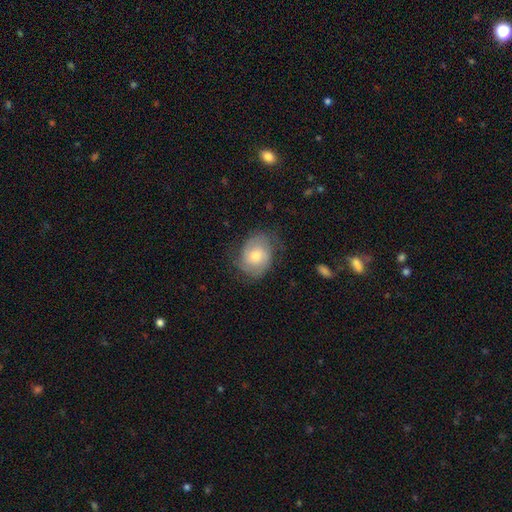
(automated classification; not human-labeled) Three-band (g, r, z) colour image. It shows a featured or disk galaxy (55%) with no bar (67%), spiral arms (86%) and a moderate central bulge (62%). Merging: none (67%).